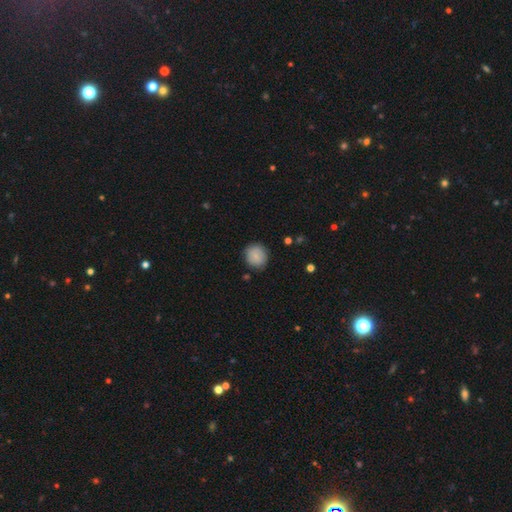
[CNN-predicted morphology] Smooth or featured? smooth (80%)
How rounded? round (86%)
Merging? none (82%)